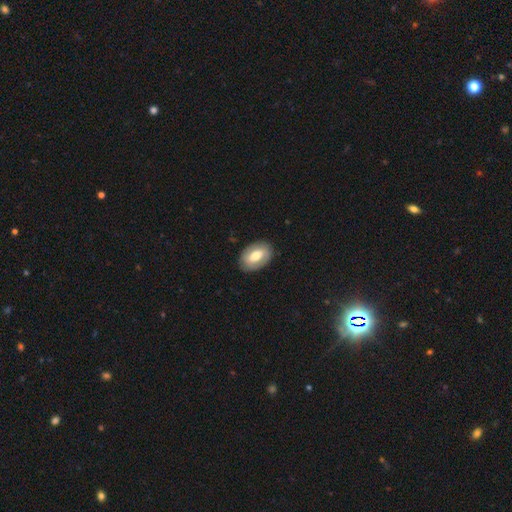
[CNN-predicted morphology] smooth_or_featured: smooth (p=0.61) [alt: featured or disk p=0.32]
how_rounded: in between (p=0.89) [alt: round p=0.10]
merging: none (p=0.85) [alt: minor disturbance p=0.11]